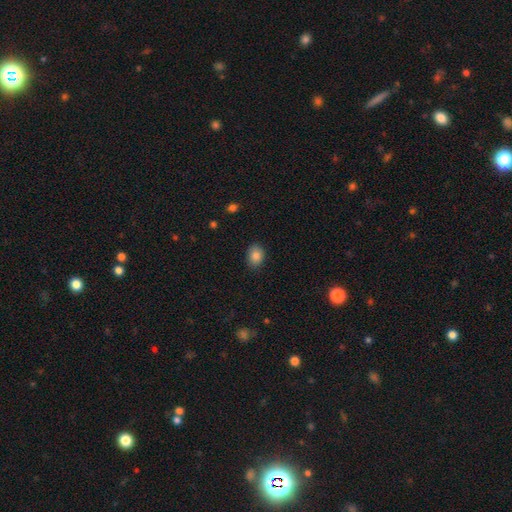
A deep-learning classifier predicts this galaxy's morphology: smooth_or_featured: smooth (p=0.86) [alt: star or artifact p=0.09]
how_rounded: in between (p=0.66) [alt: round p=0.33]
merging: none (p=0.85) [alt: minor disturbance p=0.11]